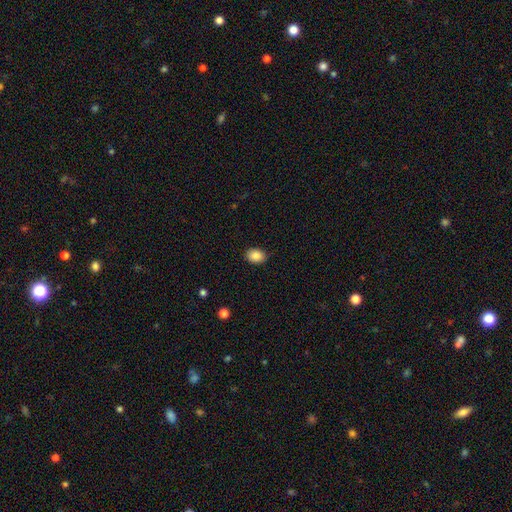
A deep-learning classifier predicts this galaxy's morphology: This is clearly a smooth galaxy (88%). How rounded: likely in between (70%). Merging: clearly none (88%).